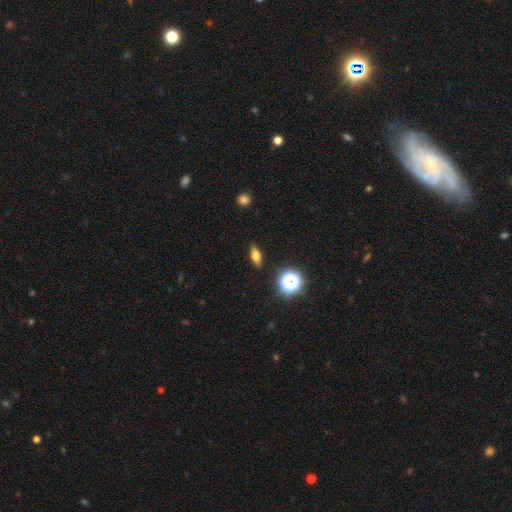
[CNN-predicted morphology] Smooth or featured: smooth — 65% (featured or disk — 21%)
How rounded: in between — 65% (cigar-shaped — 23%)
Merging: none — 89% (minor disturbance — 8%)